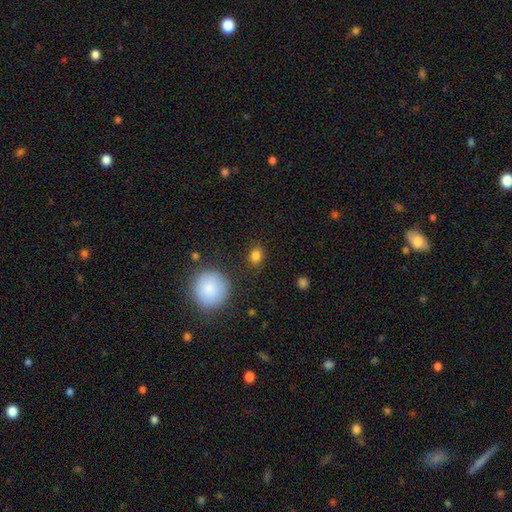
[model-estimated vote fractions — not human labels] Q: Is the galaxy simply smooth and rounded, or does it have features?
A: smooth — 84%.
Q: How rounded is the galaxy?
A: in between — 51%.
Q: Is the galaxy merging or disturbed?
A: none — 81%.